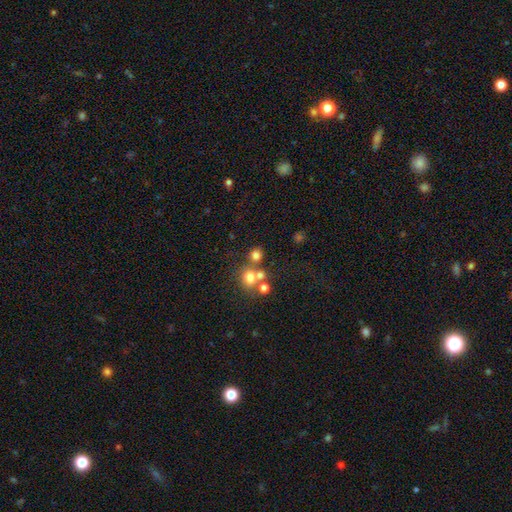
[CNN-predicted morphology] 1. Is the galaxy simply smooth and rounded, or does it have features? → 72% smooth, 17% star or artifact, 12% featured or disk.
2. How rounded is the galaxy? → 84% round, 15% in between, 1% cigar-shaped.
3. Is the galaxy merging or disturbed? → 56% none, 32% merger, 8% minor disturbance, 4% major disturbance.